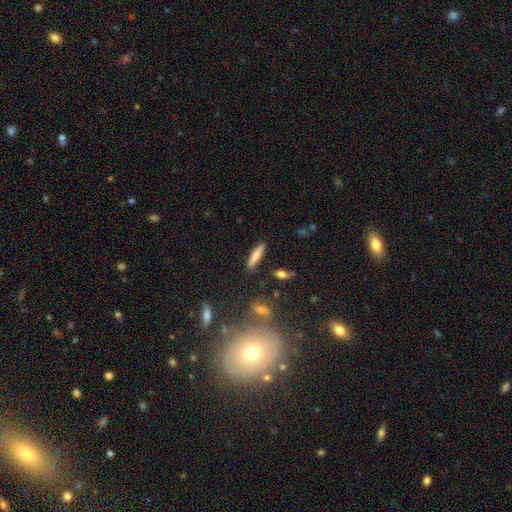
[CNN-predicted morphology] smooth_or_featured: smooth (p=0.74) [alt: featured or disk p=0.19]
how_rounded: cigar-shaped (p=0.77) [alt: in between p=0.21]
merging: none (p=0.86) [alt: minor disturbance p=0.09]